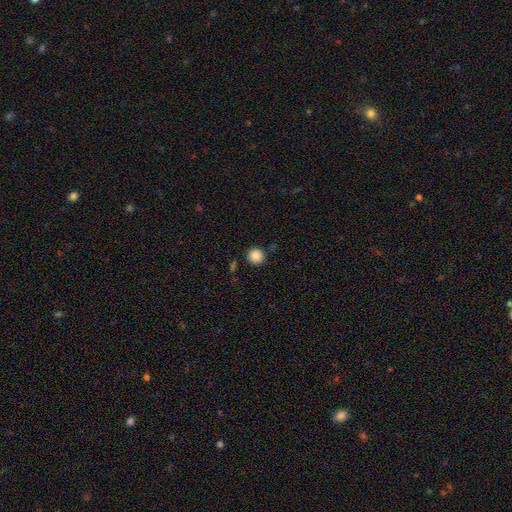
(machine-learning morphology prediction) Smooth or featured?
  - smooth: 87% *
  - star or artifact: 10%
  - featured or disk: 3%
How rounded?
  - round: 94% *
  - in between: 5%
  - cigar-shaped: 1%
Merging?
  - none: 88% *
  - minor disturbance: 7%
  - merger: 3%
  - major disturbance: 2%